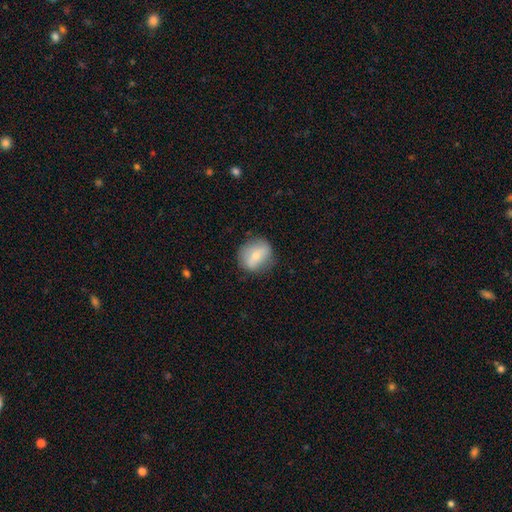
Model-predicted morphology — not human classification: A smooth galaxy with no disk features (61%) that is round (73%). Merging: none (79%).